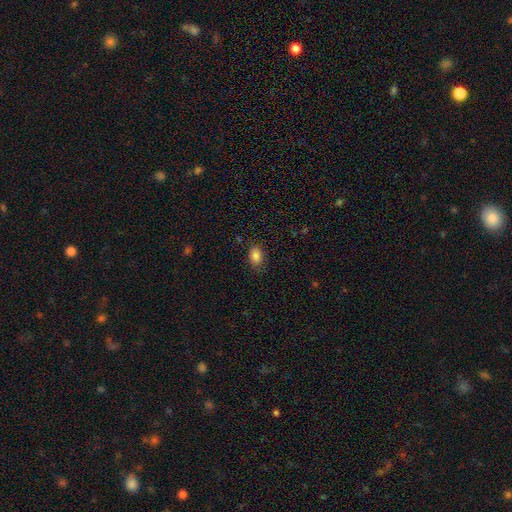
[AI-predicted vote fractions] smooth 86%, star or artifact 9%, featured or disk 5%. Down the decision tree: how rounded — in between (86%); merging — none (81%).